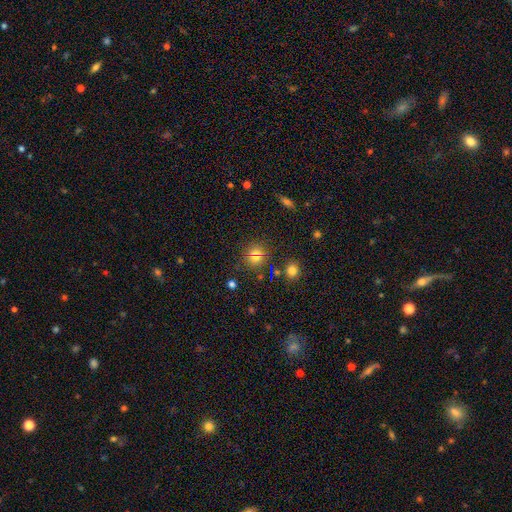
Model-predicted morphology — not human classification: Q: Smooth or featured?
A: smooth (66%); runner-up: star or artifact (23%)
Q: How rounded?
A: round (85%); runner-up: in between (13%)
Q: Merging?
A: none (68%); runner-up: merger (19%)